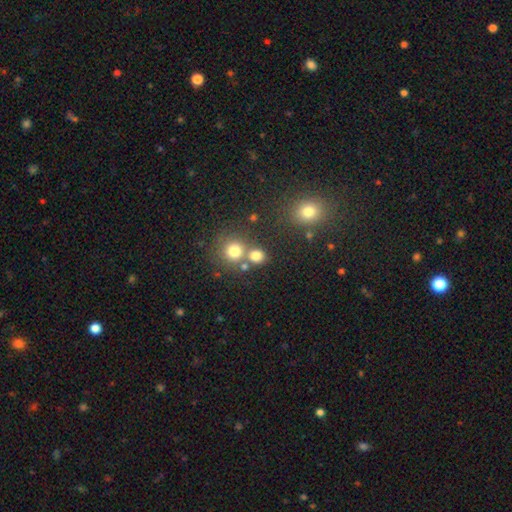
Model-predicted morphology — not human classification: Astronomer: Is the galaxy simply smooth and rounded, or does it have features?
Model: smooth — 77%.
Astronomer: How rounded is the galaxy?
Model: round — 81%.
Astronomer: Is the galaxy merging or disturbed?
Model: none — 61%.